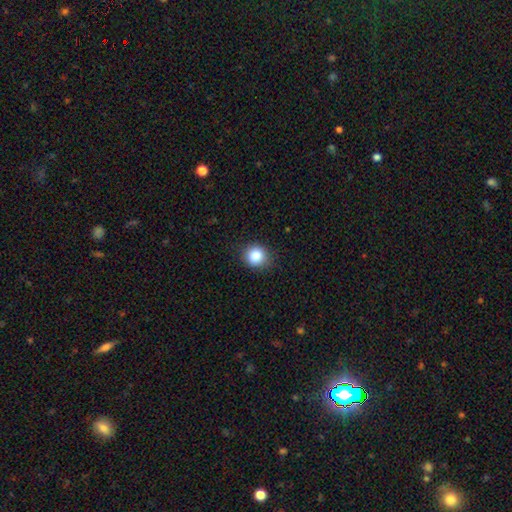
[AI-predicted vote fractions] A smooth galaxy with no disk features (86%) that is round (85%). Merging: none (87%).